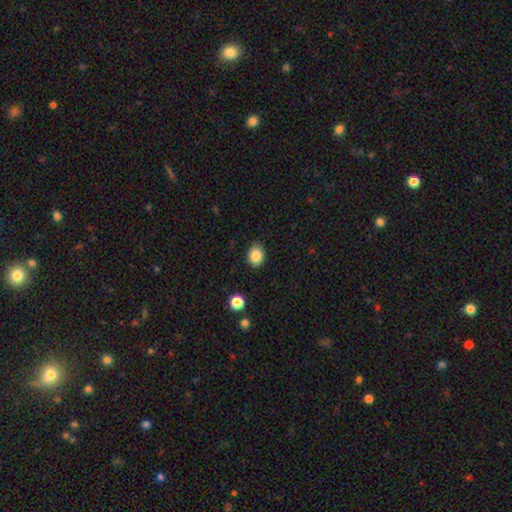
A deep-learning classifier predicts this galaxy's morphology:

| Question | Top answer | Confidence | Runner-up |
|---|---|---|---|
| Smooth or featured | smooth | 86% | star or artifact (9%) |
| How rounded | in between | 52% | round (47%) |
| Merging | none | 86% | minor disturbance (10%) |